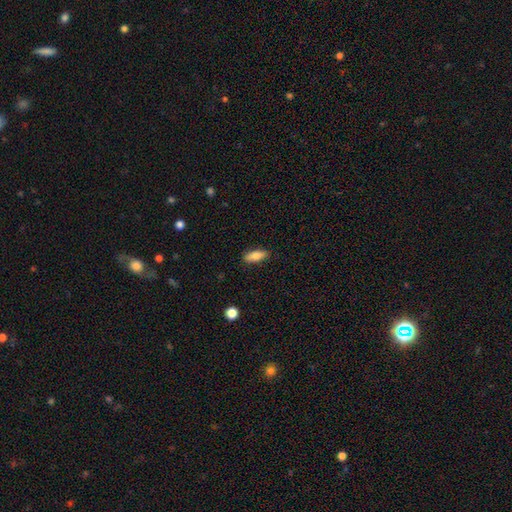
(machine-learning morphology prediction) smooth-or-featured: smooth: 78% | featured or disk: 15% | star or artifact: 7%
  how-rounded: in between: 70% | cigar-shaped: 28% | round: 3%
  merging: none: 87% | minor disturbance: 10% | major disturbance: 2% | merger: 1%